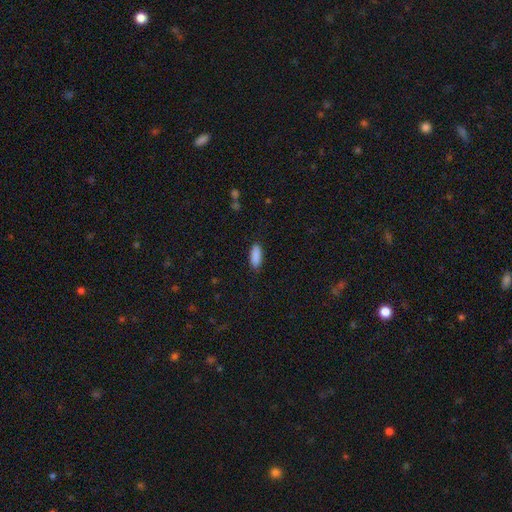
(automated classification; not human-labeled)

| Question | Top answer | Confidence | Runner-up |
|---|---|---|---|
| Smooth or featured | smooth | 90% | star or artifact (6%) |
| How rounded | in between | 74% | cigar-shaped (24%) |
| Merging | none | 88% | minor disturbance (9%) |